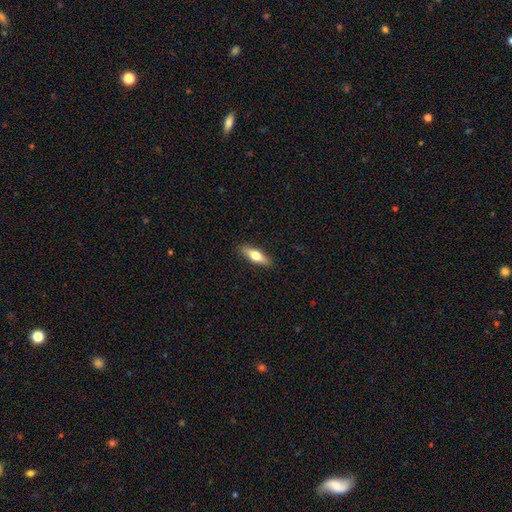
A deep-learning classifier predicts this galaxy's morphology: smooth_or_featured: smooth (p=0.59) [alt: featured or disk p=0.35]
how_rounded: cigar-shaped (p=0.52) [alt: in between p=0.45]
merging: none (p=0.90) [alt: minor disturbance p=0.08]